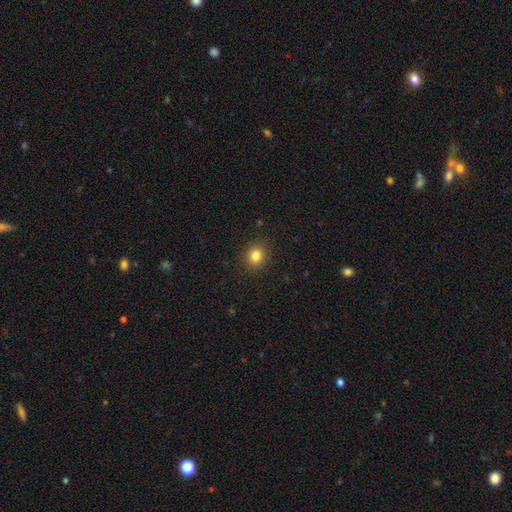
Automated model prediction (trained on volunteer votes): The model was most divided on "how rounded": round: 78%, in between: 21%, cigar-shaped: 1%. More confident: merging — none (90%); smooth or featured — smooth (82%).